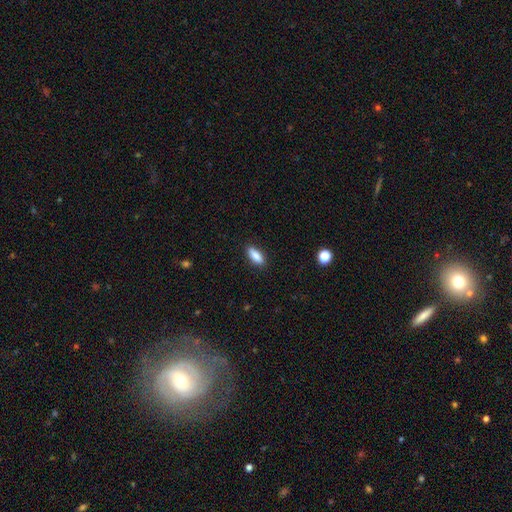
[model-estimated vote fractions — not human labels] Q: Smooth or featured?
A: smooth (87%); runner-up: star or artifact (7%)
Q: How rounded?
A: in between (71%); runner-up: cigar-shaped (26%)
Q: Merging?
A: none (88%); runner-up: minor disturbance (9%)